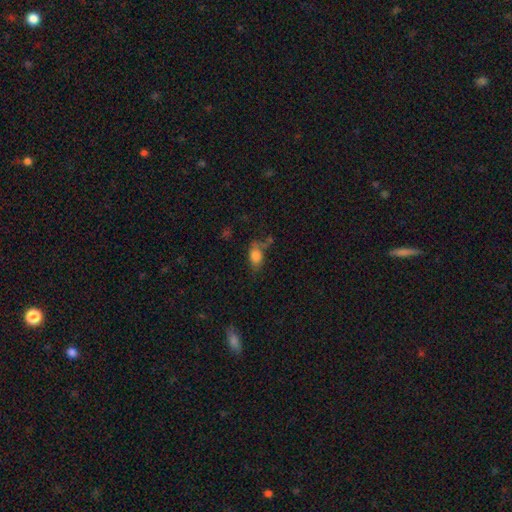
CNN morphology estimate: Smooth or featured? smooth (80%)
How rounded? in between (82%)
Merging? none (50%)